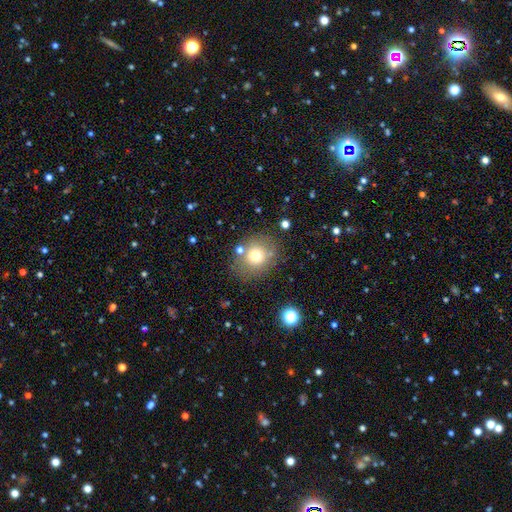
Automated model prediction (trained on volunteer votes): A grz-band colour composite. It shows a smooth galaxy with no disk features (71%) that is round (72%). Merging: none (75%).